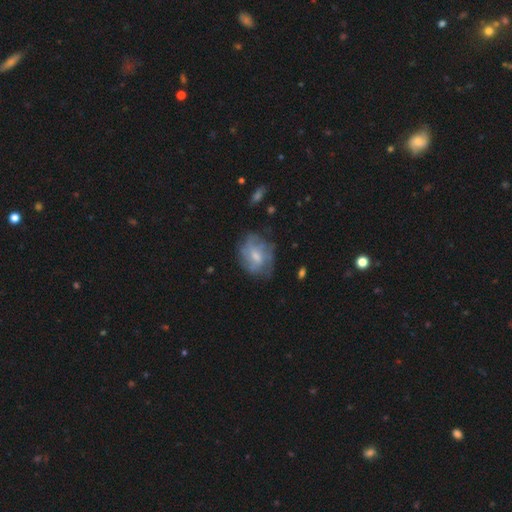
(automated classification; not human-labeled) This appears to be a featured or disk galaxy (53%) with no bar (47%), spiral arms (61%) and a moderate central bulge (46%). Merging: none (59%).